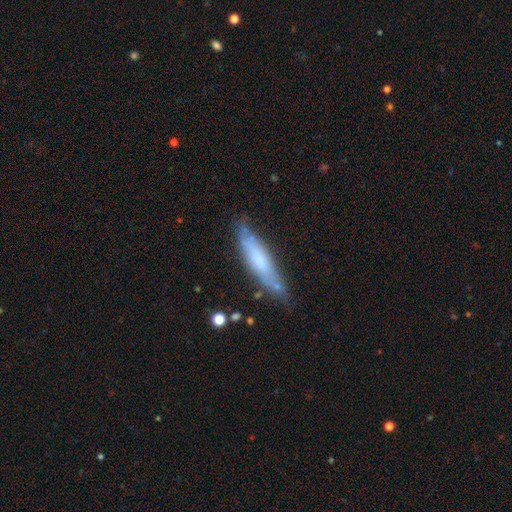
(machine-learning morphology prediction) A smooth galaxy with no disk features (51%) that is cigar-shaped (80%). Merging: none (69%).